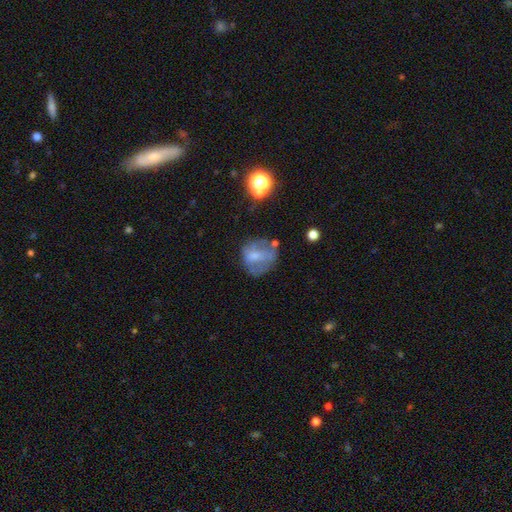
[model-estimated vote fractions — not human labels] Q: Smooth or featured?
A: smooth (49%); runner-up: featured or disk (39%)
Q: Merging?
A: none (49%); runner-up: minor disturbance (25%)